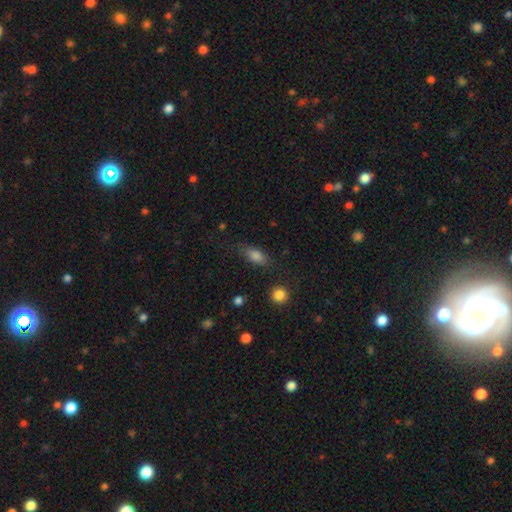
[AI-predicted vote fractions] The model was most divided on "merging": none: 74%, minor disturbance: 18%, major disturbance: 6%, merger: 2%. More confident: smooth or featured — smooth (81%); how rounded — in between (80%).